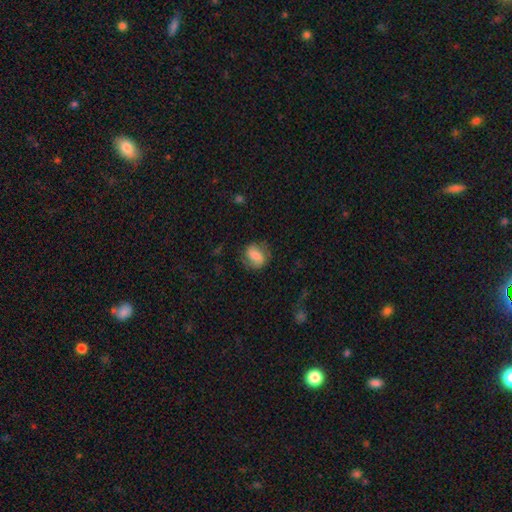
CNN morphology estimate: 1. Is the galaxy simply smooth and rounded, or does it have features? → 58% smooth, 34% featured or disk, 8% star or artifact.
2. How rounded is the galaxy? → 50% in between, 48% round, 2% cigar-shaped.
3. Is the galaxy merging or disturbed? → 71% none, 19% minor disturbance, 9% major disturbance, 1% merger.